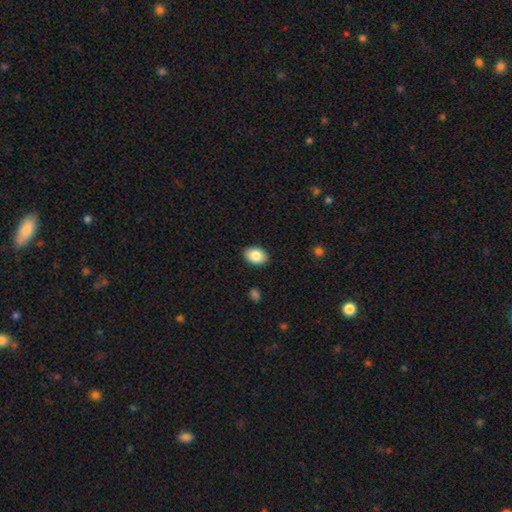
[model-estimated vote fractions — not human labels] Smooth or featured?
  - smooth: 86% *
  - star or artifact: 7%
  - featured or disk: 7%
How rounded?
  - in between: 84% *
  - round: 15%
  - cigar-shaped: 1%
Merging?
  - none: 89% *
  - minor disturbance: 8%
  - major disturbance: 2%
  - merger: 1%